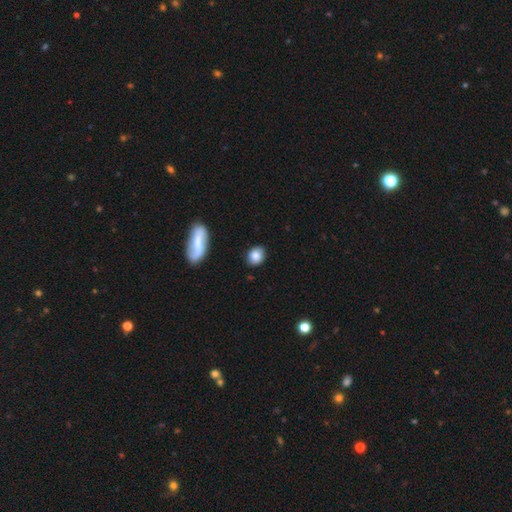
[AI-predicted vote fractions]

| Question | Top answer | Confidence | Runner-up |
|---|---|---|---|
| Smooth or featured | smooth | 82% | featured or disk (10%) |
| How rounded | round | 53% | in between (45%) |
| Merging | none | 83% | minor disturbance (12%) |